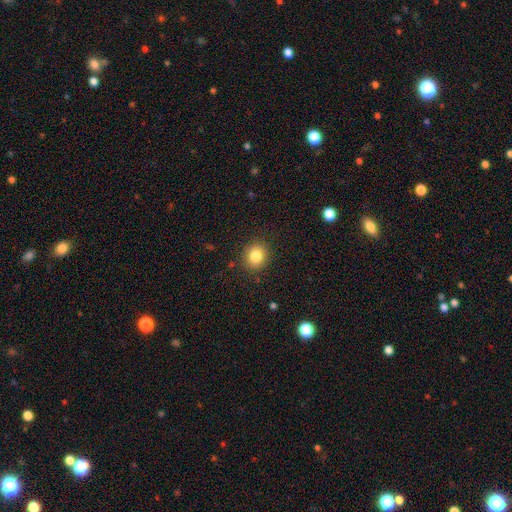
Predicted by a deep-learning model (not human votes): Smooth or featured: smooth — 83% (star or artifact — 10%)
How rounded: round — 72% (in between — 27%)
Merging: none — 89% (minor disturbance — 8%)